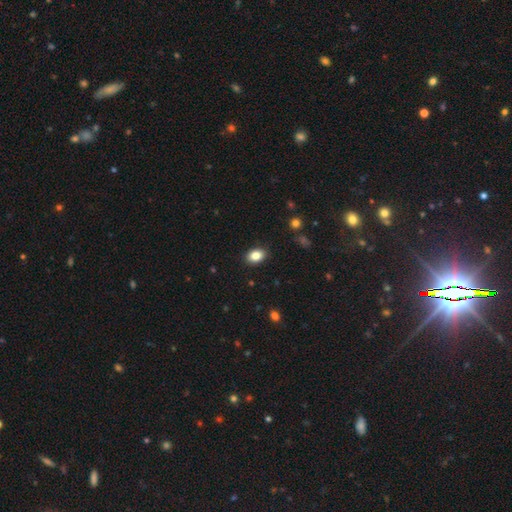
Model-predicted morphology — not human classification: This appears to be a smooth galaxy with no disk features (85%) that is in between round and cigar-shaped (80%). Merging: none (89%).